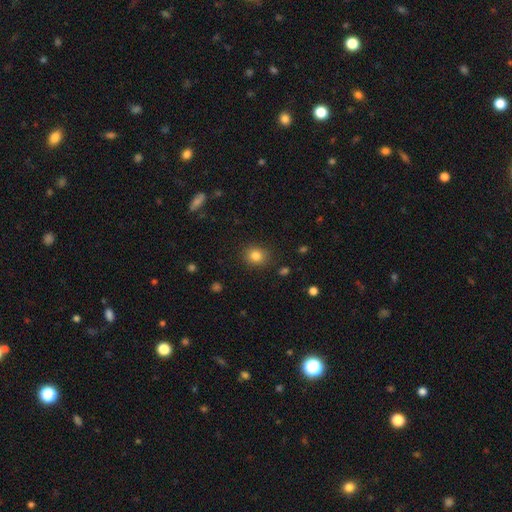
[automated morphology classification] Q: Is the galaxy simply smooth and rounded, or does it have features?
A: smooth — 82%.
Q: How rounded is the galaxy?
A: round — 72%.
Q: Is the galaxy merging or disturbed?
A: none — 87%.